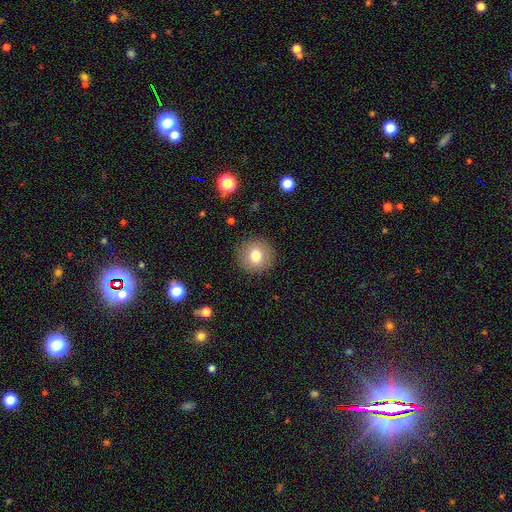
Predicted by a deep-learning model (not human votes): This appears to be a smooth galaxy with no disk features (77%) that is round (93%). Merging: none (90%).